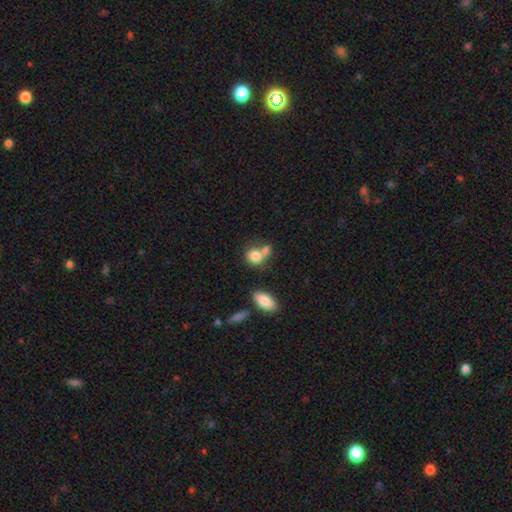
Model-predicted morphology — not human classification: This appears to be a smooth galaxy with no disk features (80%) that is round (59%). Merging: merger (48%).